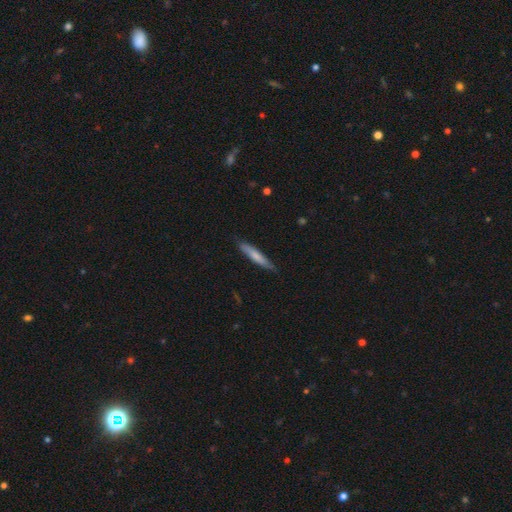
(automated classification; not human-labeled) Smooth or featured: smooth — 70% (featured or disk — 25%)
How rounded: cigar-shaped — 90% (in between — 8%)
Merging: none — 81% (minor disturbance — 15%)